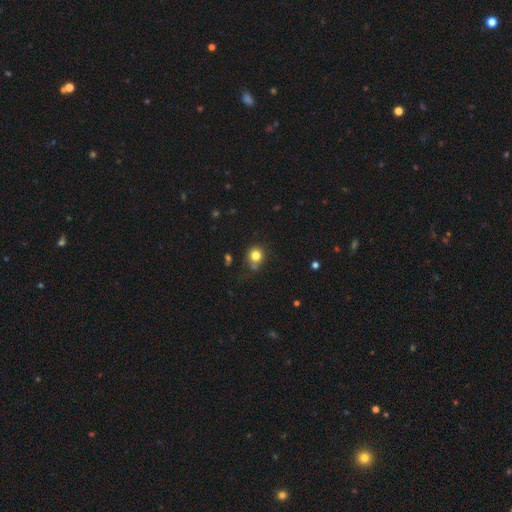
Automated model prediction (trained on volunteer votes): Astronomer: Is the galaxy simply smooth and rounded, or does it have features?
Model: smooth — 80%.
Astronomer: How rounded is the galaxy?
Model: round — 83%.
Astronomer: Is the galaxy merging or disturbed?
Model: none — 68%.